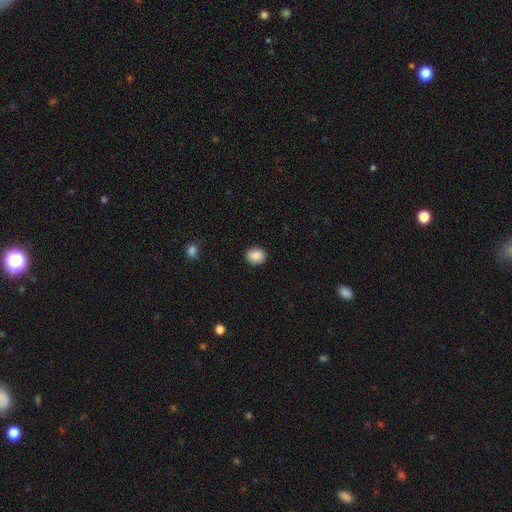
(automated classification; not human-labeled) Smooth or featured: smooth — 87% (star or artifact — 8%)
How rounded: round — 68% (in between — 31%)
Merging: none — 90% (minor disturbance — 7%)